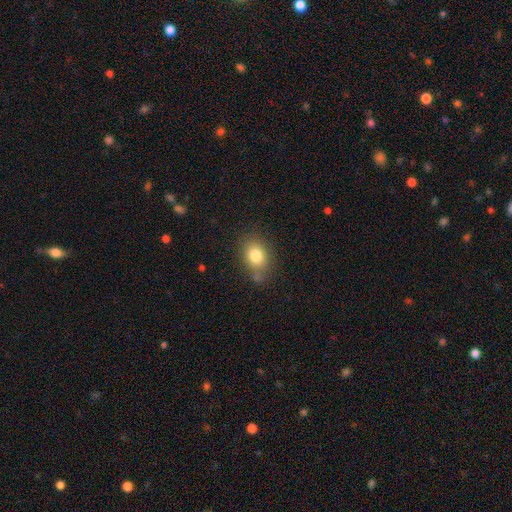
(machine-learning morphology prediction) Smooth or featured? Predicted: smooth (p=0.80). How rounded? Predicted: in between (p=0.63). Merging? Predicted: none (p=0.71).